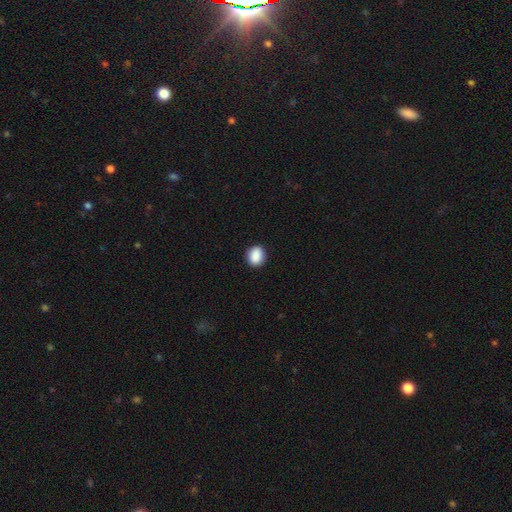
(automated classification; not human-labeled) Smooth or featured? Predicted: smooth (p=0.90). How rounded? Predicted: round (p=0.63). Merging? Predicted: none (p=0.90).